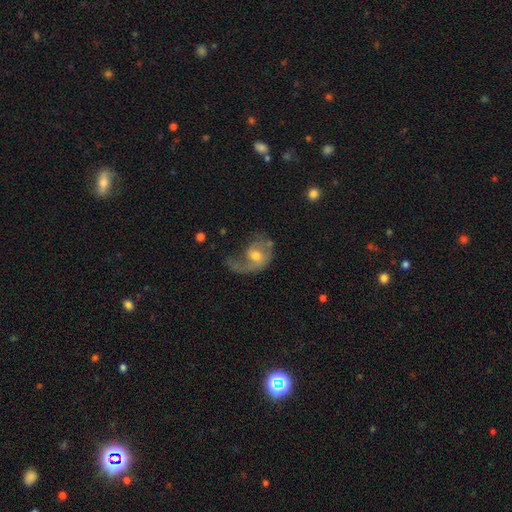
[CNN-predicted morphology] Smooth or featured: featured or disk — 68% (smooth — 24%)
Edge-on disk: no — 97% (yes — 3%)
Bar: no — 66% (weak — 28%)
Spiral arms: yes — 82% (no — 18%)
Spiral winding: loose — 53% (medium — 32%)
Spiral arm count: 1 — 66% (2 — 24%)
Bulge size: moderate — 65% (small — 26%)
Merging: major disturbance — 46% (none — 31%)